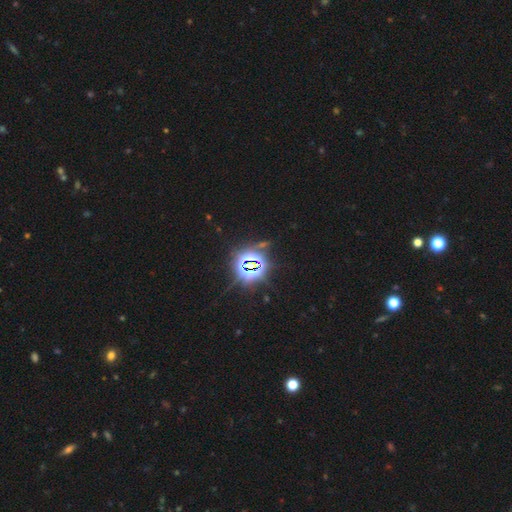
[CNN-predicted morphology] This appears to be a star or artifact, not a galaxy (83%).